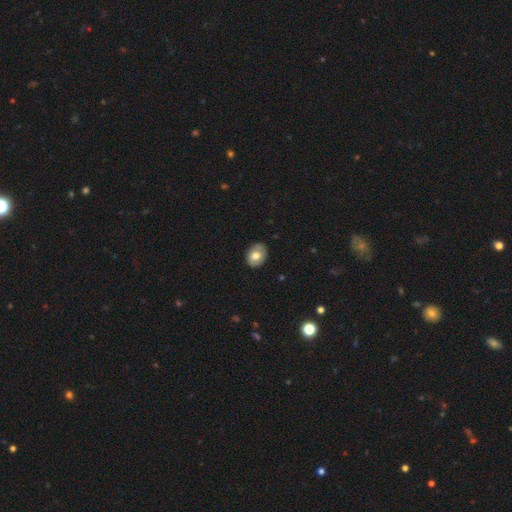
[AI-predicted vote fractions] Smooth or featured: smooth — 71% (featured or disk — 22%)
How rounded: in between — 65% (round — 34%)
Merging: none — 83% (minor disturbance — 14%)